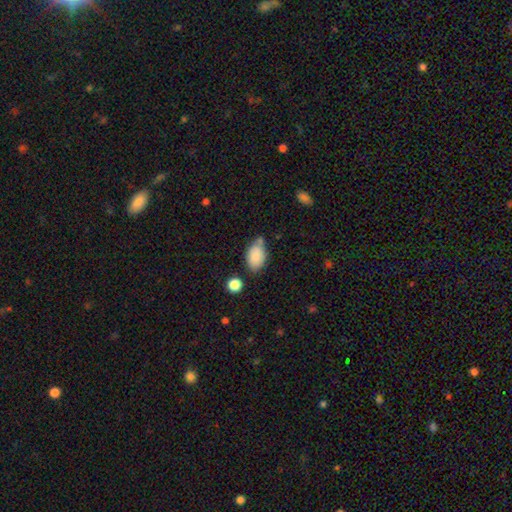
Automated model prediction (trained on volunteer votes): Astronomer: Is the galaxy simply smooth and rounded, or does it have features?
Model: smooth — 86%.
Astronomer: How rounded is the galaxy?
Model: in between — 89%.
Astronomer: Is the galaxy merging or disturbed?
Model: none — 55%.